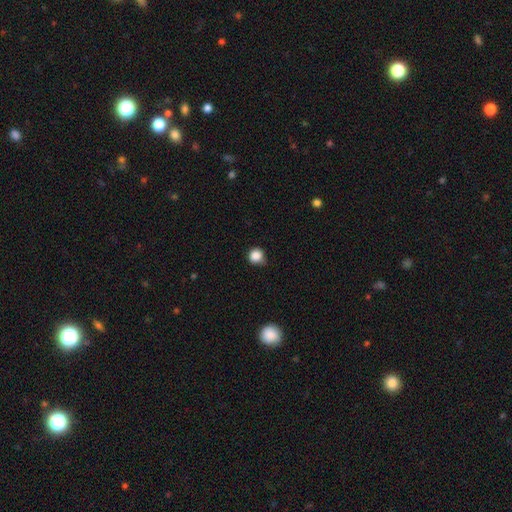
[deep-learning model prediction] smooth_or_featured: smooth (p=0.86) [alt: star or artifact p=0.11]
how_rounded: round (p=0.91) [alt: in between p=0.08]
merging: none (p=0.75) [alt: minor disturbance p=0.20]